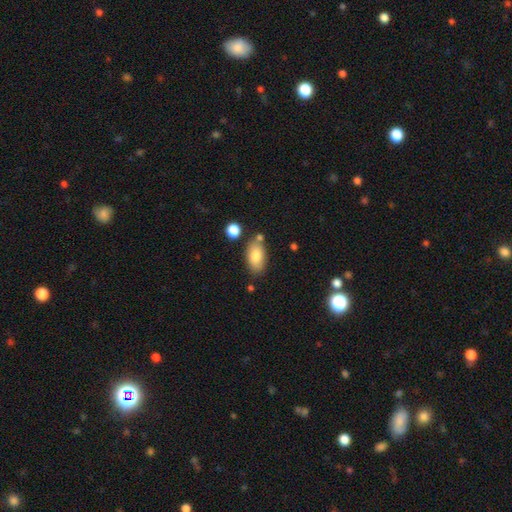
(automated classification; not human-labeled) This appears to be a smooth galaxy with no disk features (81%) that is in between round and cigar-shaped (92%). Merging: none (74%).